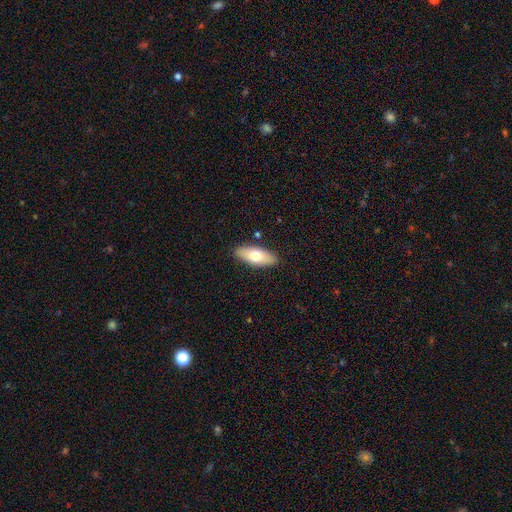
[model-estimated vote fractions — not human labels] This appears to be a smooth galaxy with no disk features (69%) that is in between round and cigar-shaped (81%). Merging: none (88%).